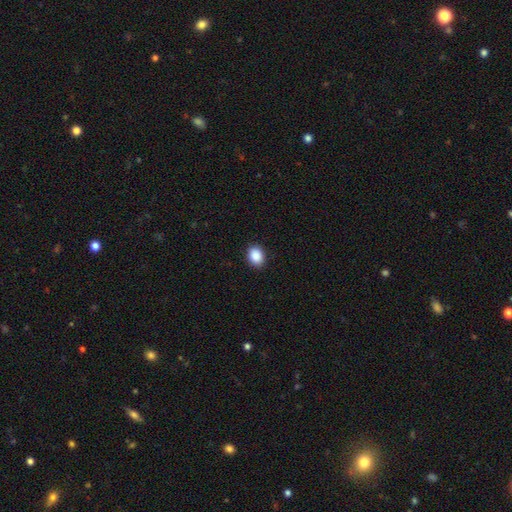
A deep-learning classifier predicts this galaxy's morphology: This appears to be a smooth galaxy with no disk features (89%) that is in between round and cigar-shaped (66%). Merging: none (90%).